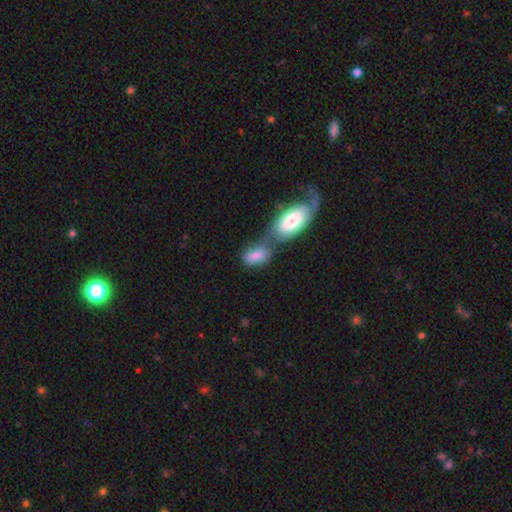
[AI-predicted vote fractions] Overall: smooth (78%). How rounded: in between (90%). Merging: merger (58%; none 25%).